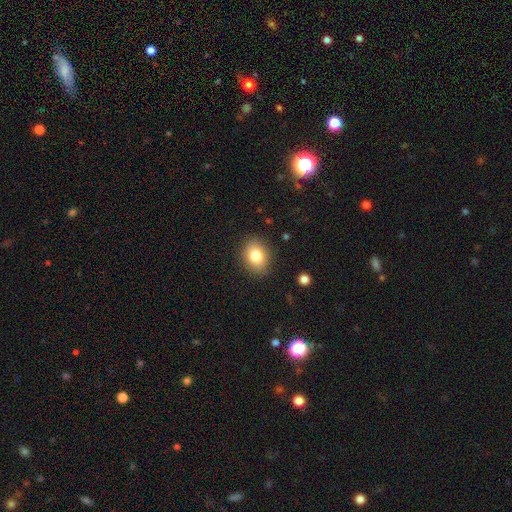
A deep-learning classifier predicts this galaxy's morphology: Smooth or featured?
  - smooth: 83% *
  - star or artifact: 9%
  - featured or disk: 8%
How rounded?
  - in between: 62% *
  - round: 37%
  - cigar-shaped: 1%
Merging?
  - none: 86% *
  - minor disturbance: 10%
  - major disturbance: 3%
  - merger: 1%